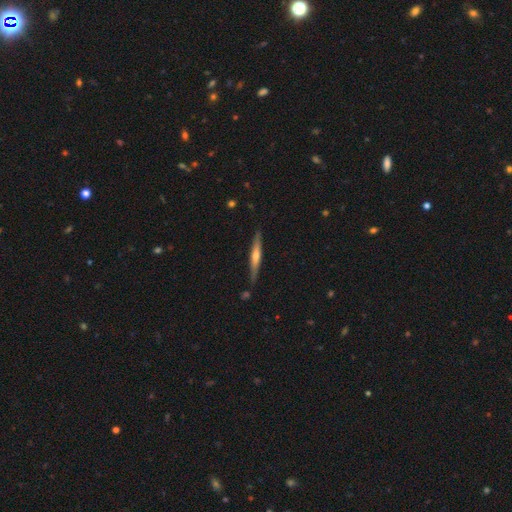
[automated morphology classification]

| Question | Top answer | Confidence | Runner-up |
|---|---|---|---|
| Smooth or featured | featured or disk | 54% | smooth (40%) |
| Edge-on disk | yes | 95% | no (5%) |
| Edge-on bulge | rounded | 62% | none (25%) |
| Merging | none | 84% | minor disturbance (11%) |